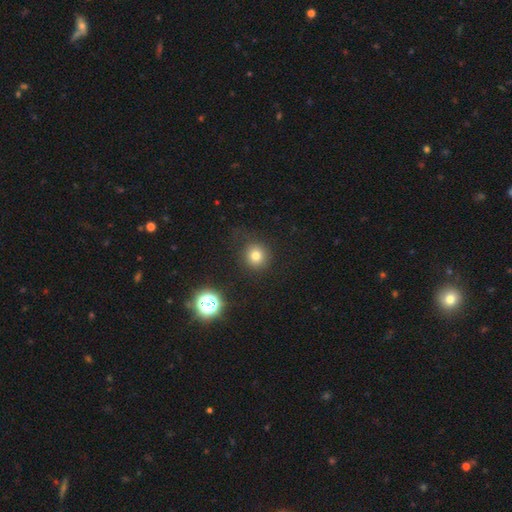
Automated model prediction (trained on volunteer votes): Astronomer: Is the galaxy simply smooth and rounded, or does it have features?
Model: smooth — 75%.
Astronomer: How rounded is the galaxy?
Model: round — 89%.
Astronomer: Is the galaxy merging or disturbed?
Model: none — 82%.